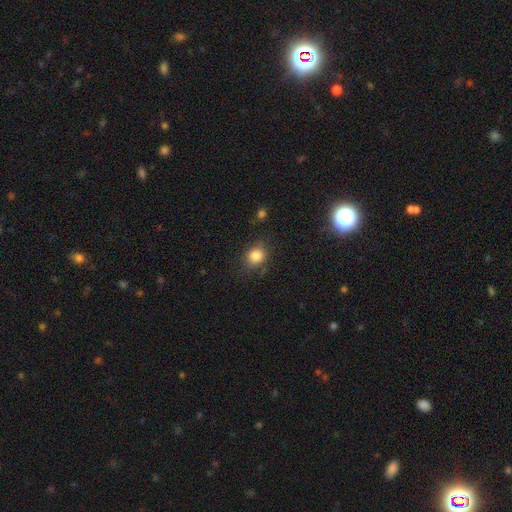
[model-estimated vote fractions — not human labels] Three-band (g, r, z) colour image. It shows a smooth galaxy with no disk features (83%) that is round (64%). Merging: none (77%).